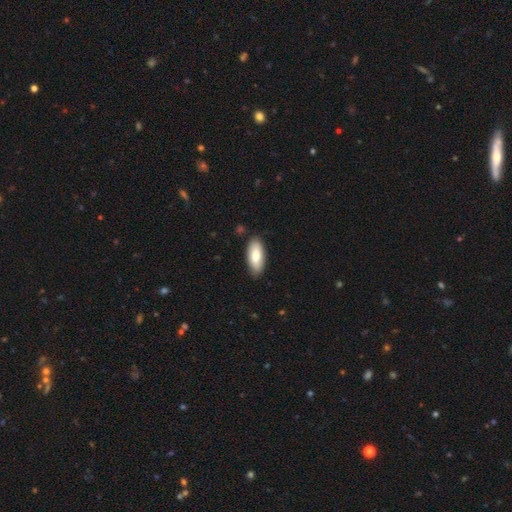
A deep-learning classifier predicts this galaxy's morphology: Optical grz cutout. It shows a smooth galaxy with no disk features (77%) that is in between round and cigar-shaped (85%). Merging: none (85%).